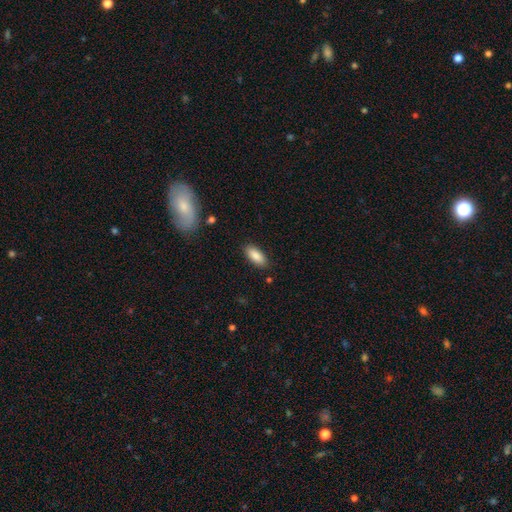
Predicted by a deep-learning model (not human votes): Smooth or featured?
  - smooth: 87% *
  - star or artifact: 7%
  - featured or disk: 6%
How rounded?
  - in between: 82% *
  - cigar-shaped: 16%
  - round: 2%
Merging?
  - none: 86% *
  - minor disturbance: 10%
  - major disturbance: 2%
  - merger: 2%